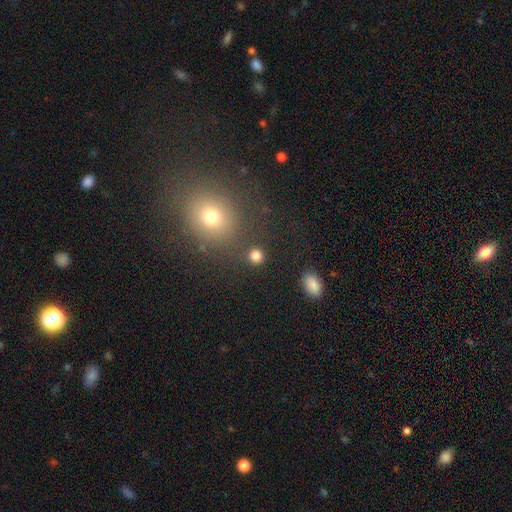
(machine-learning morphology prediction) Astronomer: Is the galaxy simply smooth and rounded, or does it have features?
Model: smooth — 83%.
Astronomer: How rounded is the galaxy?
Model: round — 90%.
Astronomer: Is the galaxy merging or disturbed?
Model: none — 85%.